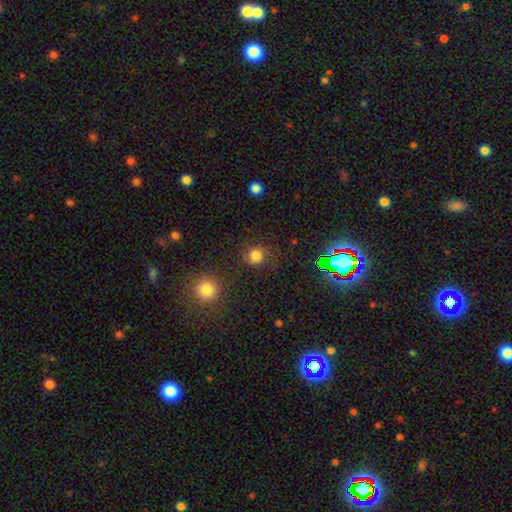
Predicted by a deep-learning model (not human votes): Overall: smooth (79%). How rounded: round (90%). Merging: none (80%).